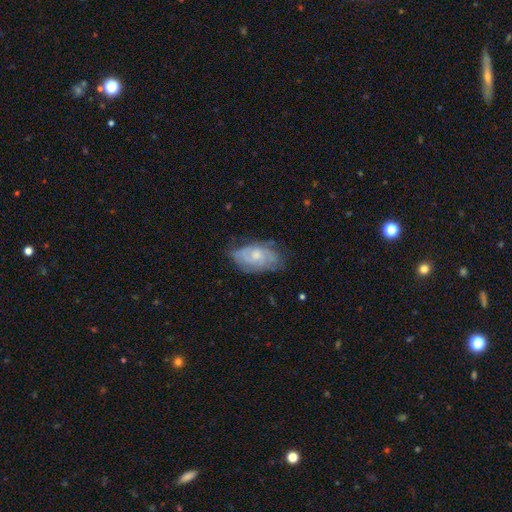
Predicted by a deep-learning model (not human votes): Smooth or featured: featured or disk — 62% (smooth — 31%)
Edge-on disk: no — 94% (yes — 6%)
Bar: no — 76% (weak — 21%)
Spiral arms: yes — 74% (no — 26%)
Bulge size: moderate — 51% (small — 39%)
Merging: none — 59% (minor disturbance — 29%)